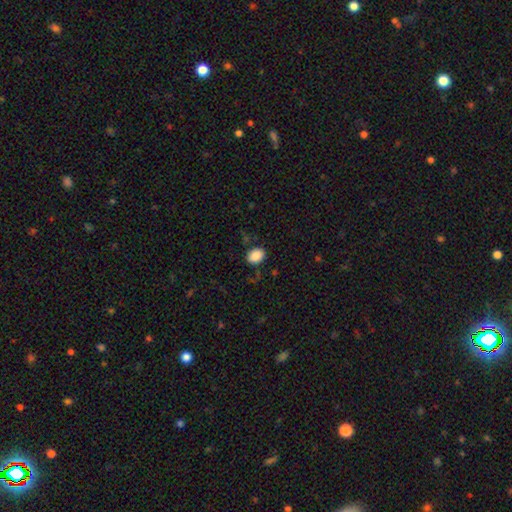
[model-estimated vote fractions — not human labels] The model was most divided on "how rounded": in between: 68%, round: 31%, cigar-shaped: 1%. More confident: smooth or featured — smooth (88%); merging — none (85%).